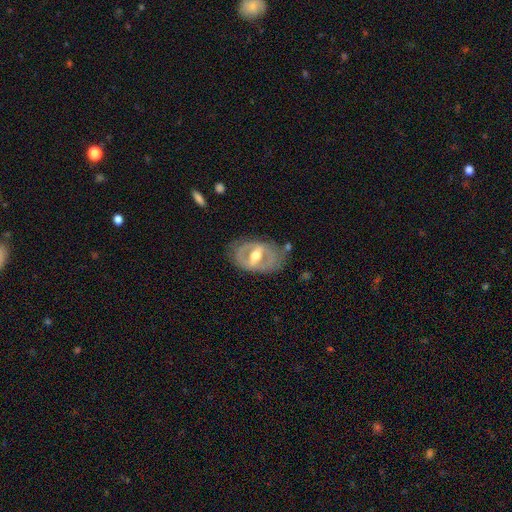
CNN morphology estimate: The model was most divided on "bar": strong: 48%, weak: 35%, no: 18%. More confident: edge-on disk — no (91%); bulge size — moderate (71%); smooth or featured — featured or disk (71%); spiral arms — no (66%); merging — none (63%).